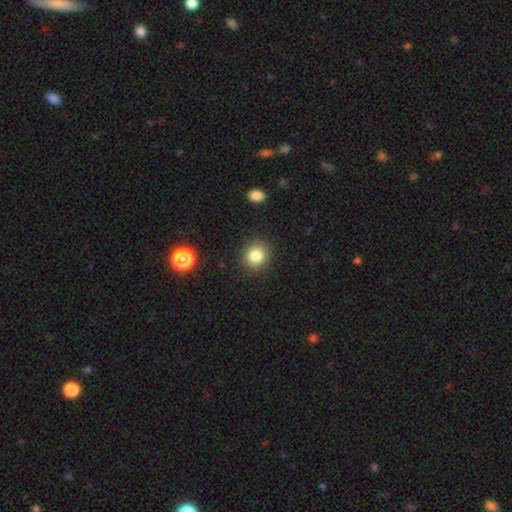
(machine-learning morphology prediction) A smooth galaxy with no disk features (83%) that is round (83%).

Vote fractions:
- Smooth or featured? smooth: 83% / star or artifact: 11% / featured or disk: 6%
- How rounded? round: 83% / in between: 16% / cigar-shaped: 1%
- Merging? none: 89% / minor disturbance: 7% / major disturbance: 2% / merger: 1%